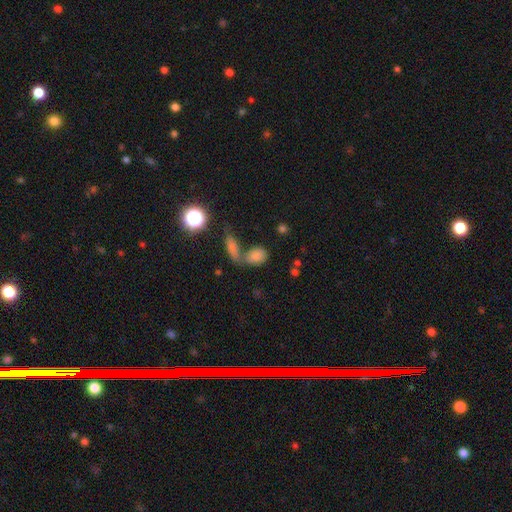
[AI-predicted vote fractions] Smooth or featured?
  - smooth: 75% *
  - star or artifact: 15%
  - featured or disk: 11%
How rounded?
  - in between: 63% *
  - round: 31%
  - cigar-shaped: 6%
Merging?
  - none: 44% *
  - merger: 40%
  - minor disturbance: 10%
  - major disturbance: 5%